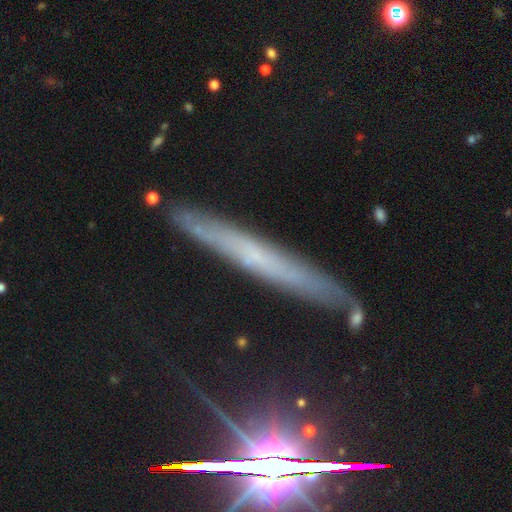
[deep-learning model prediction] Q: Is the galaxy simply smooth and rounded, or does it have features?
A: featured or disk — 54%.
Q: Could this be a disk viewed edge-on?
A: yes — 89%.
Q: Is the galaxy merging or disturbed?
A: none — 85%.